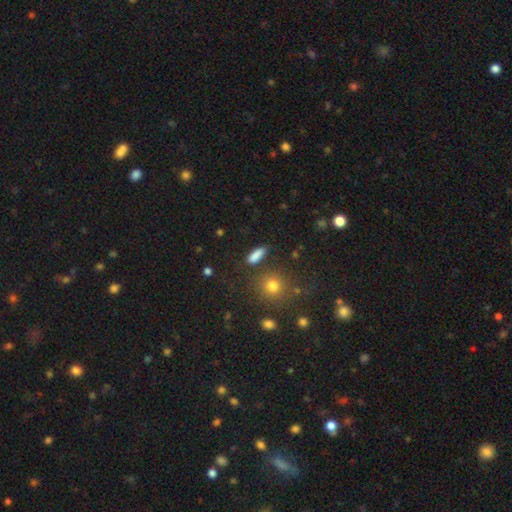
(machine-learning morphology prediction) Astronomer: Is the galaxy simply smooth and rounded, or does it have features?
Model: smooth — 84%.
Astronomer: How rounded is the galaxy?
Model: in between — 47% (runner-up: cigar-shaped, 46%).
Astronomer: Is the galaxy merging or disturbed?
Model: none — 78%.